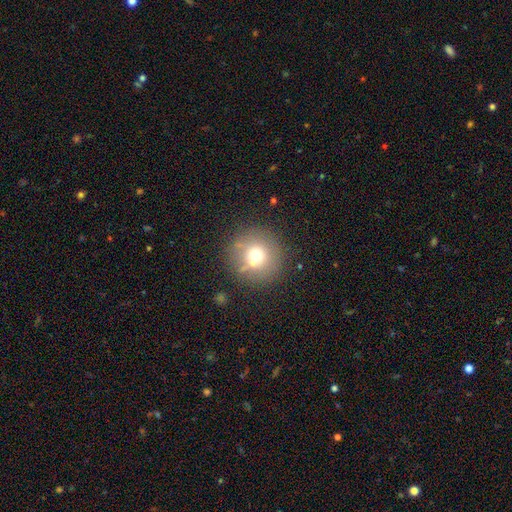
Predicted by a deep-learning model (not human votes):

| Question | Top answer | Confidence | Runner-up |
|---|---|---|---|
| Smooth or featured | smooth | 67% | featured or disk (18%) |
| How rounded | round | 95% | in between (4%) |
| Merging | none | 78% | minor disturbance (11%) |